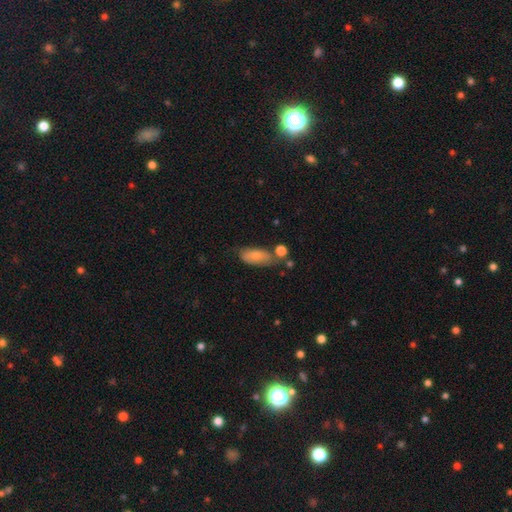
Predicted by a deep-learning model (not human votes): This is likely a smooth galaxy (73%). How rounded: clearly in between (85%). Merging: possibly none (55%).